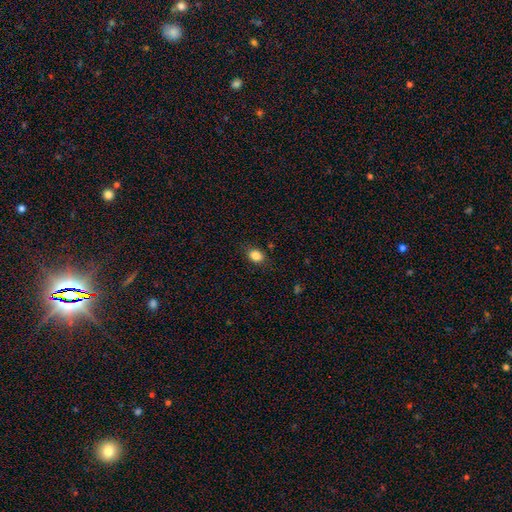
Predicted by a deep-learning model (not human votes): A smooth galaxy with no disk features (85%) that is in between round and cigar-shaped (57%). Merging: none (85%).